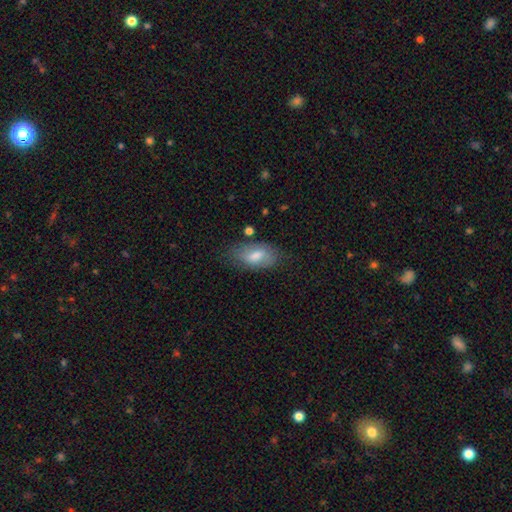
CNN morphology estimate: Q: Smooth or featured?
A: smooth (67%); runner-up: featured or disk (26%)
Q: How rounded?
A: in between (90%); runner-up: cigar-shaped (5%)
Q: Merging?
A: none (66%); runner-up: minor disturbance (24%)